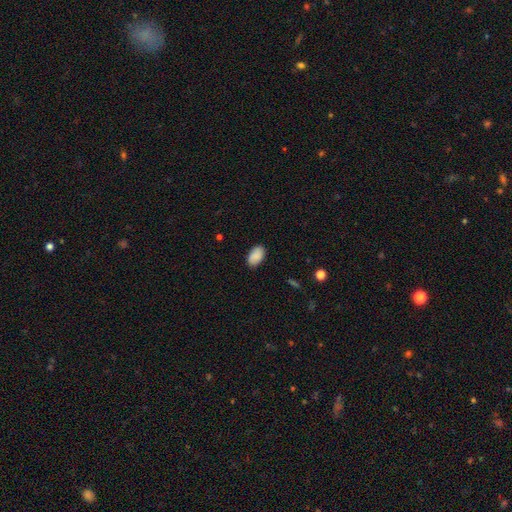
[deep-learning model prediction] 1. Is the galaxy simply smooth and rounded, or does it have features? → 89% smooth, 7% star or artifact, 5% featured or disk.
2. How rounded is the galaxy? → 93% in between, 6% round, 1% cigar-shaped.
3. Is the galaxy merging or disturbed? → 86% none, 11% minor disturbance, 2% major disturbance, 1% merger.